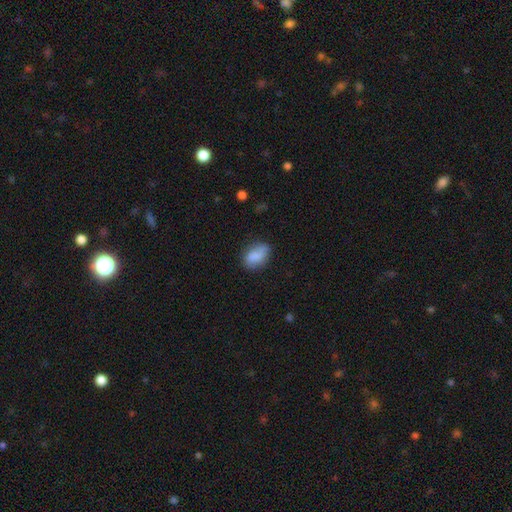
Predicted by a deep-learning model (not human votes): Morphology: type=smooth (78%); roundness=in between (83%); merging=none (65%).